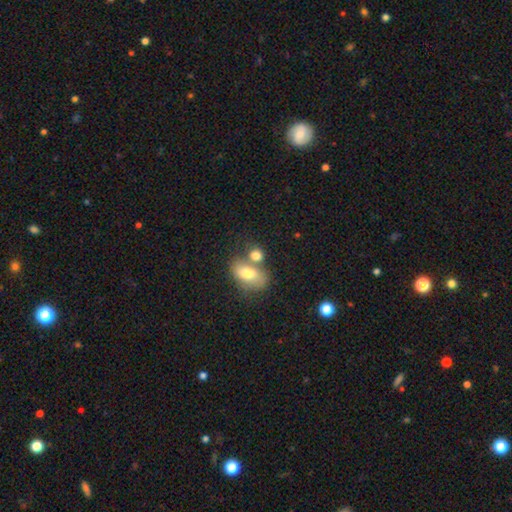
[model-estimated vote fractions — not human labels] Smooth or featured? smooth (75%)
How rounded? in between (60%)
Merging? merger (47%)